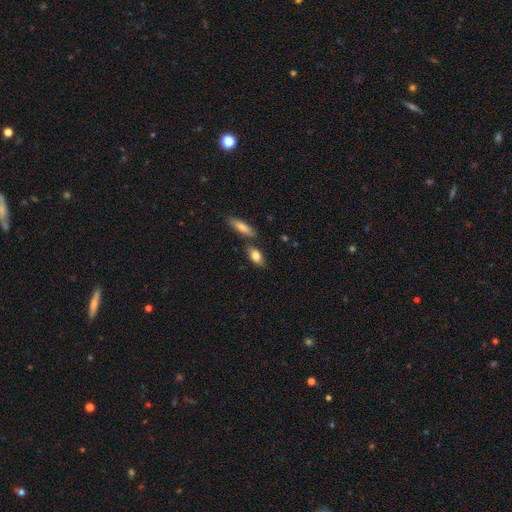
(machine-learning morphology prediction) smooth_or_featured: smooth (p=0.80) [alt: featured or disk p=0.13]
how_rounded: in between (p=0.82) [alt: cigar-shaped p=0.12]
merging: none (p=0.69) [alt: merger p=0.15]